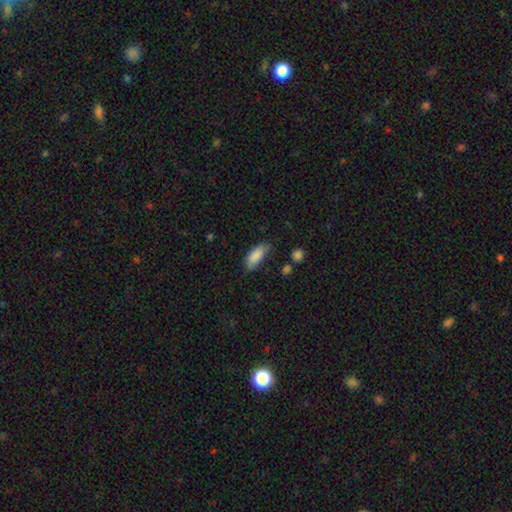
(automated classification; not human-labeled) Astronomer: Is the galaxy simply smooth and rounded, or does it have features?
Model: smooth — 87%.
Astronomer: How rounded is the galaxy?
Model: in between — 81%.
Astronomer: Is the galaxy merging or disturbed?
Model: none — 64%.